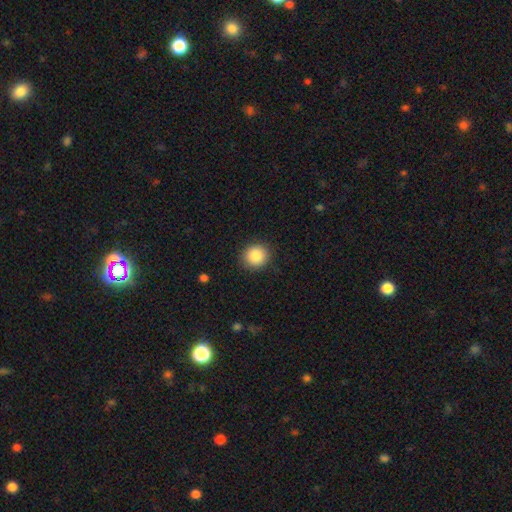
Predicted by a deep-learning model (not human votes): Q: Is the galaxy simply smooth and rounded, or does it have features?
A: smooth — 86%.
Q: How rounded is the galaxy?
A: round — 87%.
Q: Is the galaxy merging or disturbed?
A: none — 90%.